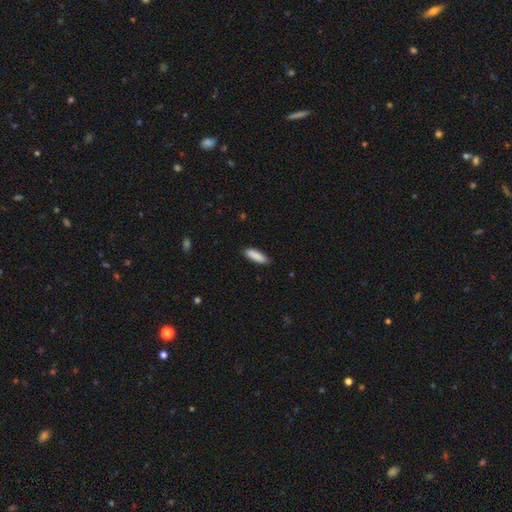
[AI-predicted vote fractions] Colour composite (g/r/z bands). It shows a smooth galaxy with no disk features (89%) that is cigar-shaped (53%). Merging: none (87%).